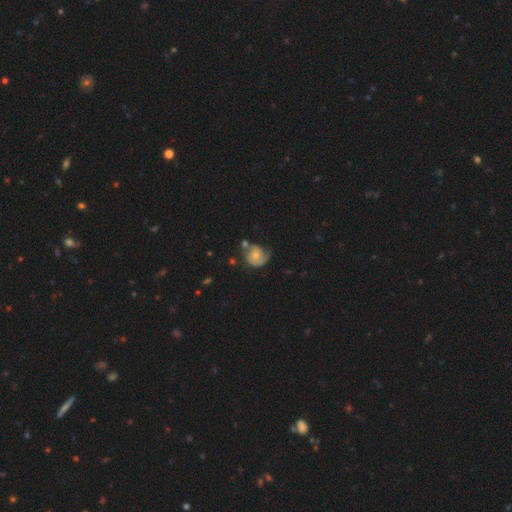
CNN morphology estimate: type=featured or disk (54%); edge-on=no (97%); bar=no (72%); spiral arms=yes (84%); bulge=small (46%); merging=none (47%).